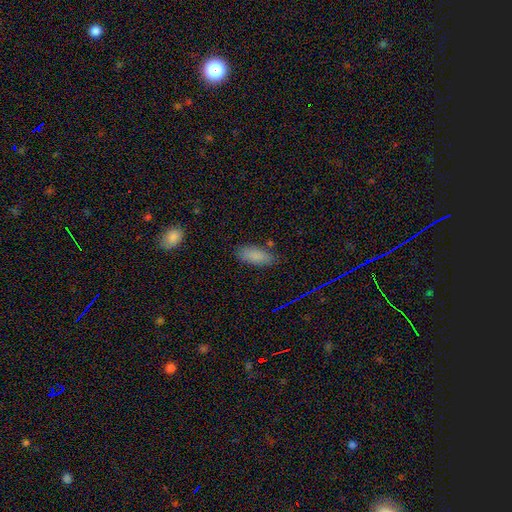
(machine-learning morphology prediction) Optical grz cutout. It shows a smooth galaxy with no disk features (84%) that is in between round and cigar-shaped (82%). Merging: none (80%).